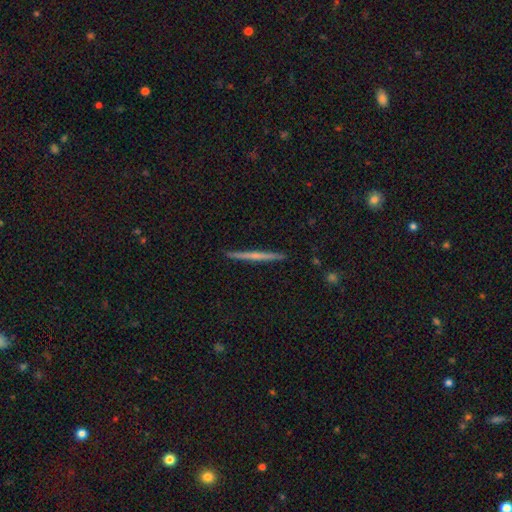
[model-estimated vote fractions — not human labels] A featured or disk galaxy (60%) viewed edge-on (98%) with no central bulge (56%). Merging: none (92%).